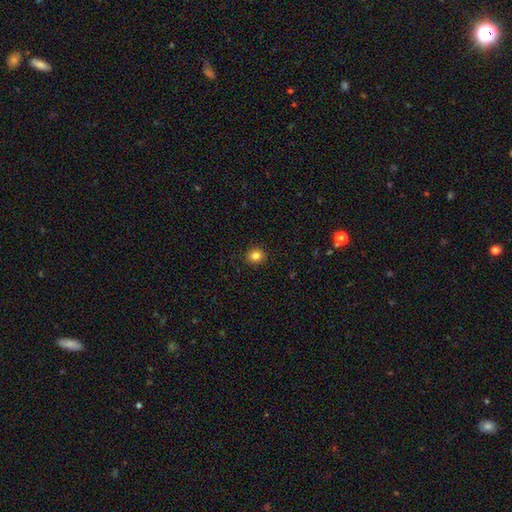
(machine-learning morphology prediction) Smooth or featured: smooth — 83% (star or artifact — 12%)
How rounded: round — 79% (in between — 20%)
Merging: none — 91% (minor disturbance — 6%)